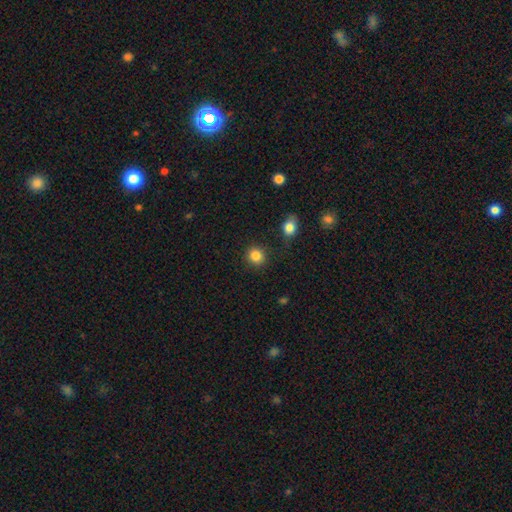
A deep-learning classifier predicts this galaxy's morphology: Smooth or featured? Predicted: smooth (p=0.85). How rounded? Predicted: round (p=0.87). Merging? Predicted: none (p=0.87).